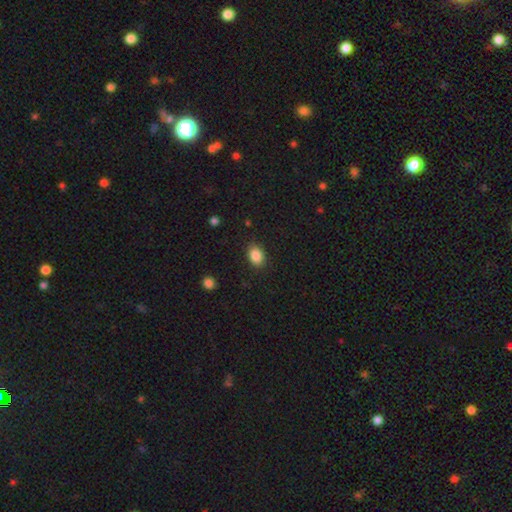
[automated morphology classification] The model was most divided on "how rounded": in between: 73%, round: 26%, cigar-shaped: 1%. More confident: smooth or featured — smooth (87%); merging — none (86%).